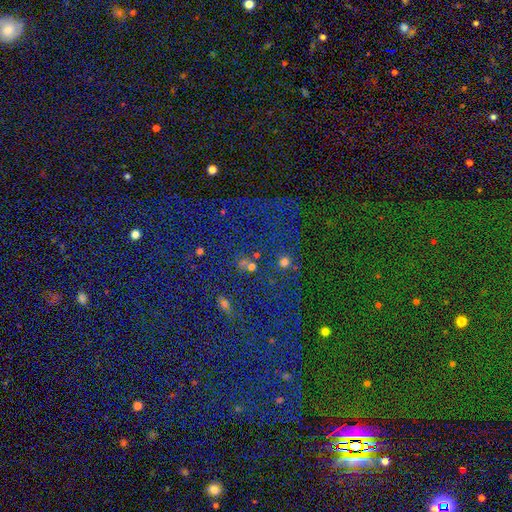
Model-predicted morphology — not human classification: Q: Smooth or featured?
A: star or artifact (66%); runner-up: smooth (24%)